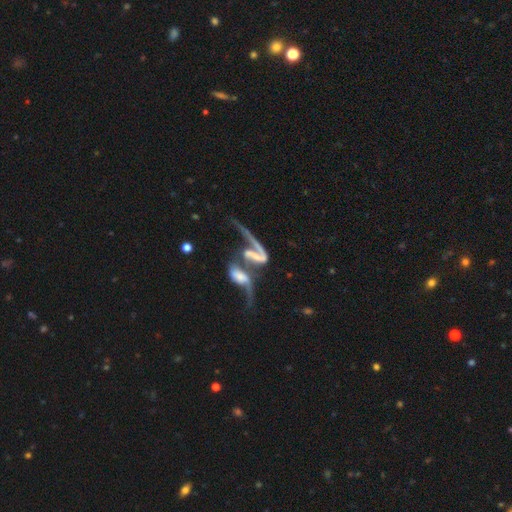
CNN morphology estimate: Q: Smooth or featured?
A: featured or disk (74%); runner-up: smooth (17%)
Q: Edge-on disk?
A: no (90%); runner-up: yes (10%)
Q: Bar?
A: no (41%); runner-up: strong (32%)
Q: Spiral arms?
A: yes (77%); runner-up: no (23%)
Q: Spiral winding?
A: loose (79%); runner-up: medium (15%)
Q: Spiral arm count?
A: 2 (55%); runner-up: 1 (35%)
Q: Bulge size?
A: none (42%); runner-up: small (26%)
Q: Merging?
A: merger (71%); runner-up: major disturbance (14%)